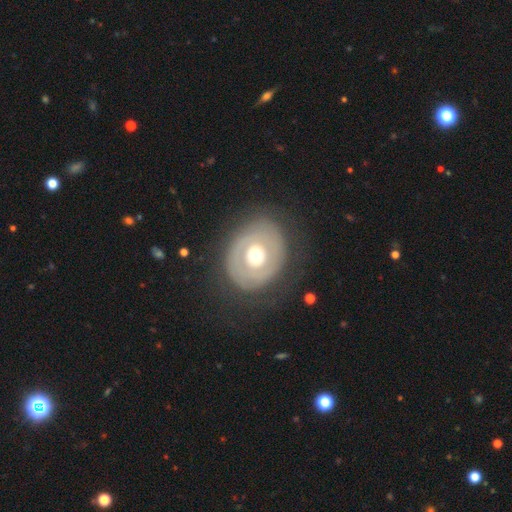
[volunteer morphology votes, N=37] Smooth or featured? featured or disk (51%)
Edge-on disk? no (100%)
Bar? no (100%)
Spiral arms? no (95%)
Bulge size? moderate (74%)
Merging? none (66%)